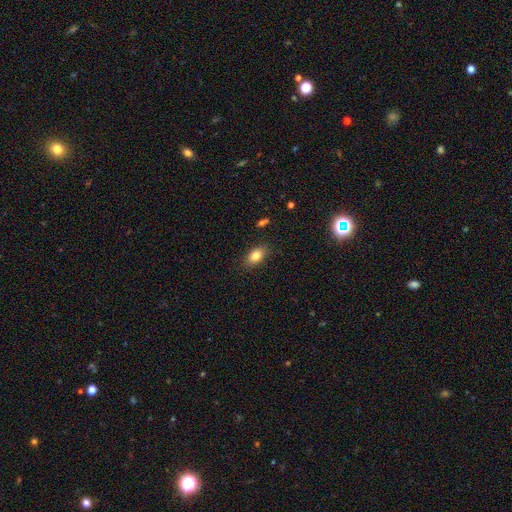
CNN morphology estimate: A smooth galaxy with no disk features (81%) that is in between round and cigar-shaped (87%). Merging: none (86%).